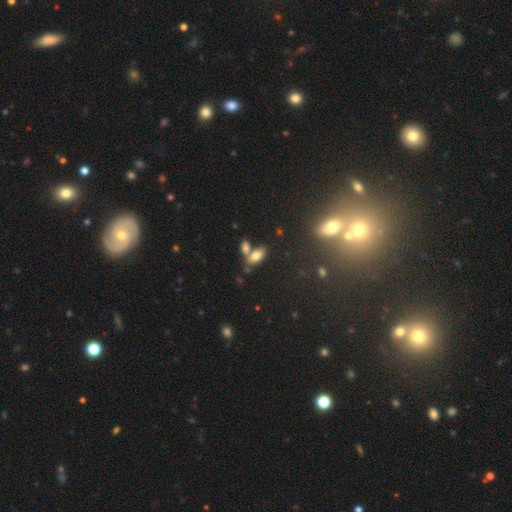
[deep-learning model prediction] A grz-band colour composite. It shows a smooth galaxy with no disk features (75%) that is in between round and cigar-shaped (88%). Merging: none (50%).